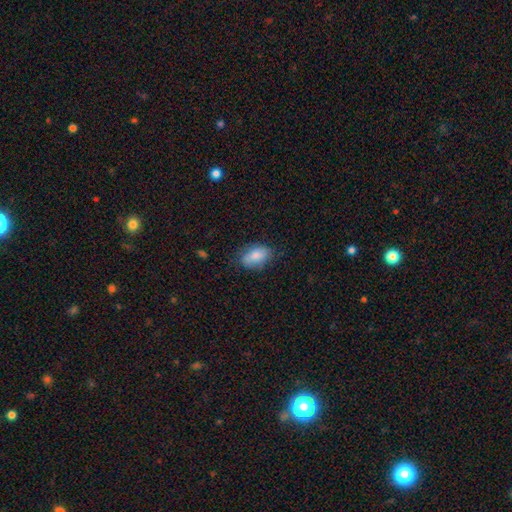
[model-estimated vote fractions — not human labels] smooth 82%, featured or disk 11%, star or artifact 7%. Down the decision tree: how rounded — in between (89%); merging — none (70%).